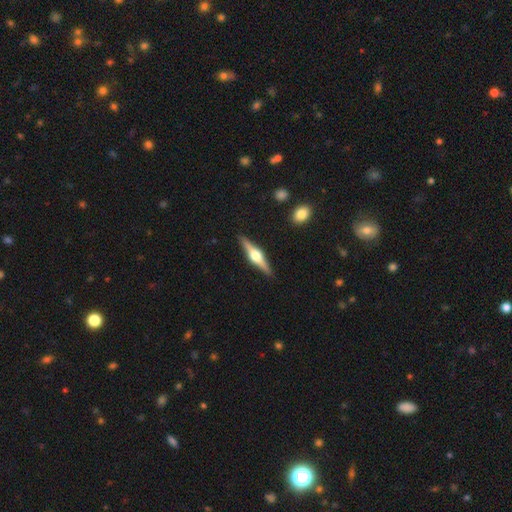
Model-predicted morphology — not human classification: A featured or disk galaxy (75%) viewed edge-on (98%) with a rounded central bulge (94%). Merging: none (90%).